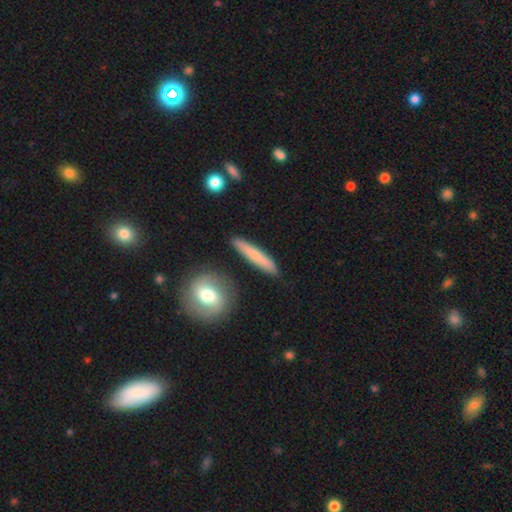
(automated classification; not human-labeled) Q: Smooth or featured?
A: smooth (61%); runner-up: featured or disk (34%)
Q: How rounded?
A: cigar-shaped (91%); runner-up: in between (7%)
Q: Merging?
A: none (88%); runner-up: minor disturbance (7%)